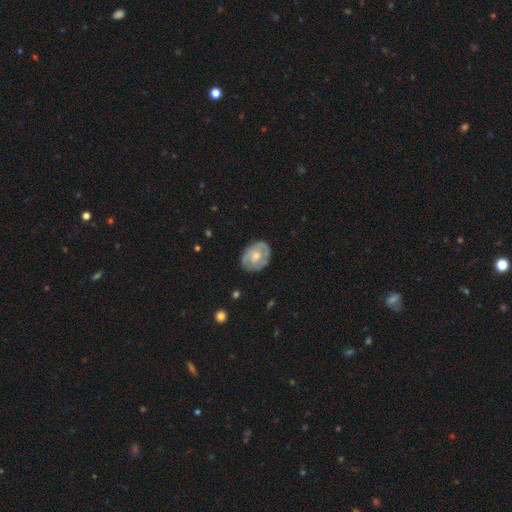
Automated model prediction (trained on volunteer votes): A featured or disk galaxy (58%) with no bar (72%), spiral arms (63%) and a moderate central bulge (59%).

Vote fractions:
- Smooth or featured? featured or disk: 58% / smooth: 37% / star or artifact: 6%
- Edge-on disk? no: 96% / yes: 4%
- Bar? no: 72% / weak: 24% / strong: 4%
- Spiral arms? yes: 63% / no: 37%
- Bulge size? moderate: 59% / small: 29% / large: 7% / none: 4% / dominant: 1%
- Merging? none: 74% / minor disturbance: 19% / major disturbance: 5% / merger: 1%